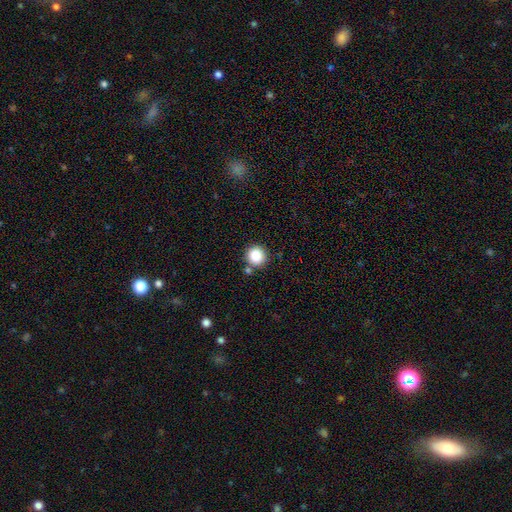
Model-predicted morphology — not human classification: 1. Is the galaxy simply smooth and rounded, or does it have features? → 87% smooth, 10% star or artifact, 4% featured or disk.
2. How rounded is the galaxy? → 94% round, 5% in between, 1% cigar-shaped.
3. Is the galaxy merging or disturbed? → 82% none, 8% minor disturbance, 7% merger, 3% major disturbance.